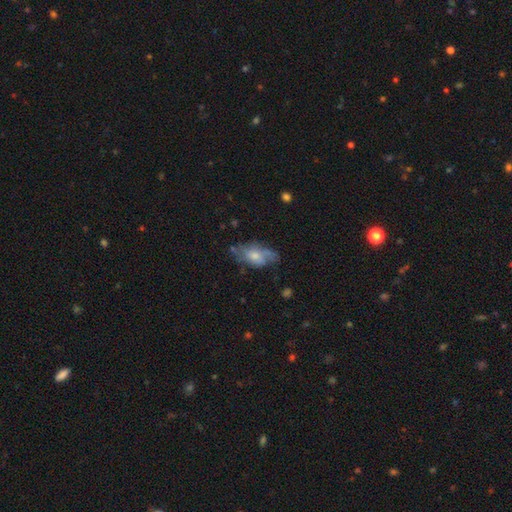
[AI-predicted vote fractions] This appears to be a smooth galaxy with no disk features (53%) that is in between round and cigar-shaped (89%). Merging: none (50%).